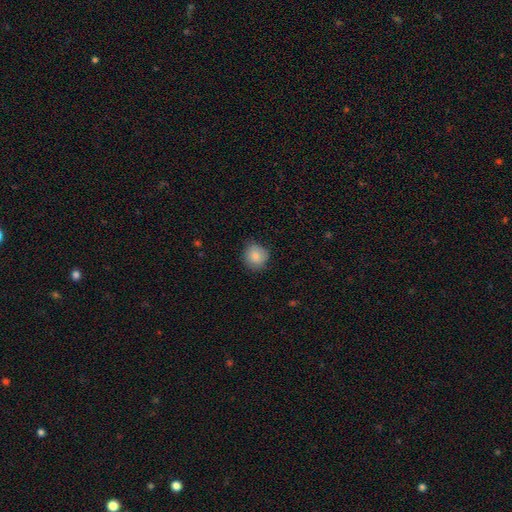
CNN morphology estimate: Smooth or featured? Predicted: smooth (p=0.86). How rounded? Predicted: round (p=0.84). Merging? Predicted: none (p=0.79).